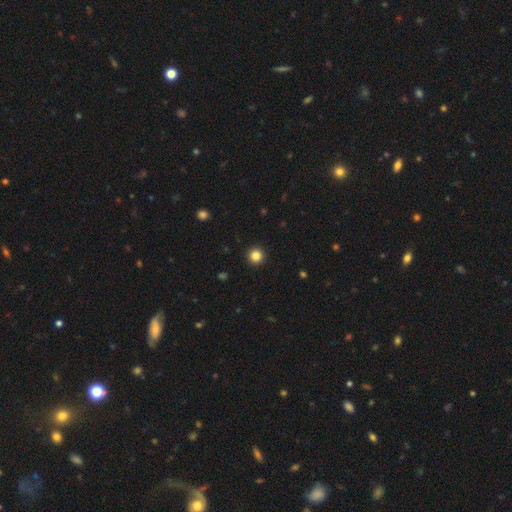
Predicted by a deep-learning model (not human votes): Smooth or featured: smooth — 85% (star or artifact — 11%)
How rounded: round — 96% (in between — 3%)
Merging: none — 93% (minor disturbance — 4%)